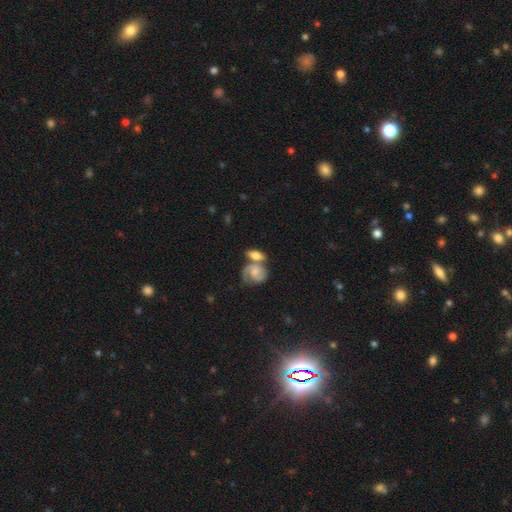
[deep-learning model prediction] Smooth or featured?
  - featured or disk: 48% *
  - smooth: 44%
  - star or artifact: 7%
Merging?
  - merger: 41% *
  - none: 40%
  - minor disturbance: 12%
  - major disturbance: 6%